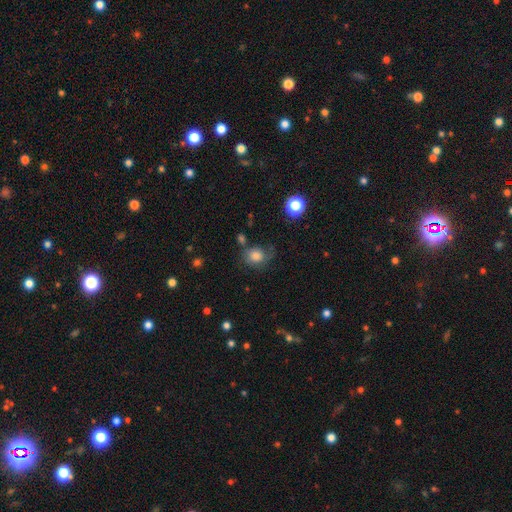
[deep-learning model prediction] Q: Smooth or featured?
A: smooth (70%); runner-up: featured or disk (18%)
Q: How rounded?
A: round (65%); runner-up: in between (34%)
Q: Merging?
A: none (51%); runner-up: minor disturbance (26%)